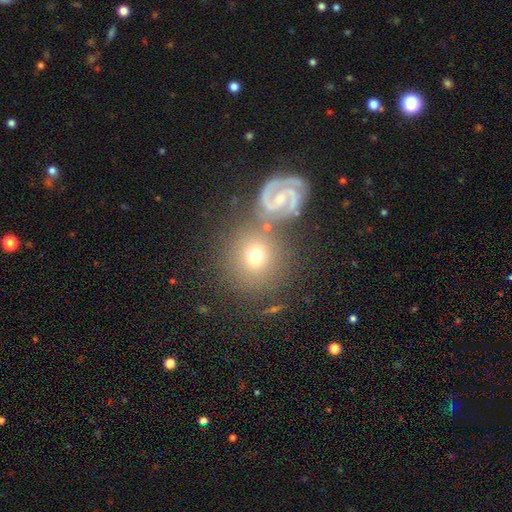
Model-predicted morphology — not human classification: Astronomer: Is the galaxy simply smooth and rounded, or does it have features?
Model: smooth — 49% (runner-up: featured or disk, 40%).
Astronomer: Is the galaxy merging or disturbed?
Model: none — 70%.